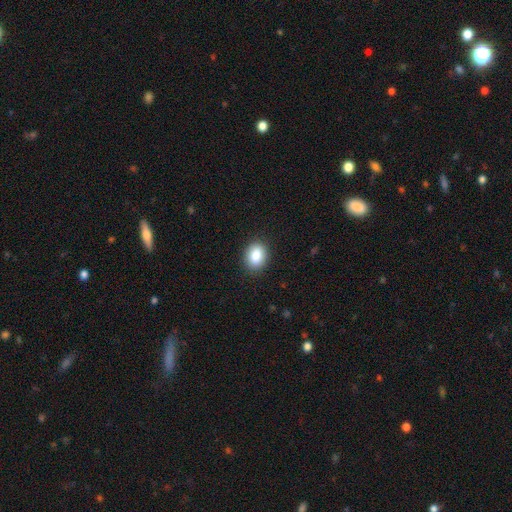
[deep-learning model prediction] smooth 86%, star or artifact 8%, featured or disk 6%. Down the decision tree: how rounded — in between (68%); merging — none (89%).